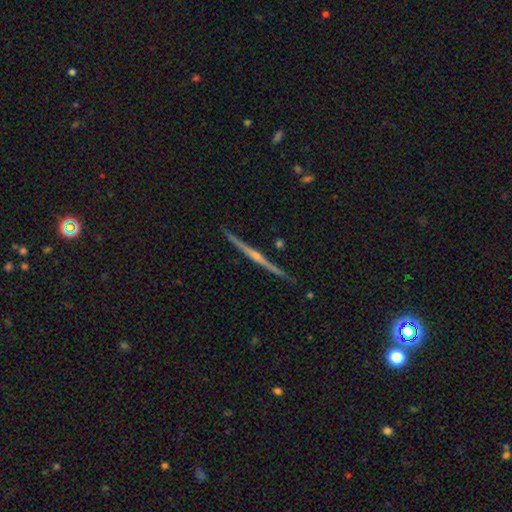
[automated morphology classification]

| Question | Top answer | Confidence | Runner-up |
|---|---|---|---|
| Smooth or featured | featured or disk | 83% | smooth (11%) |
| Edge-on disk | yes | 99% | no (1%) |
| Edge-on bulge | rounded | 74% | none (19%) |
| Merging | none | 91% | minor disturbance (7%) |